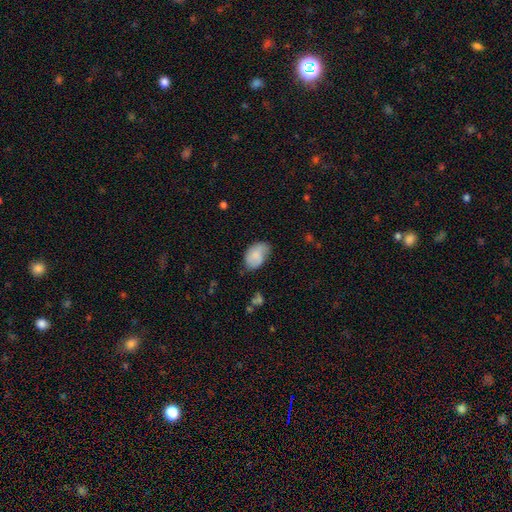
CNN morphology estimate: This appears to be a smooth galaxy with no disk features (73%) that is in between round and cigar-shaped (88%). Merging: none (53%).